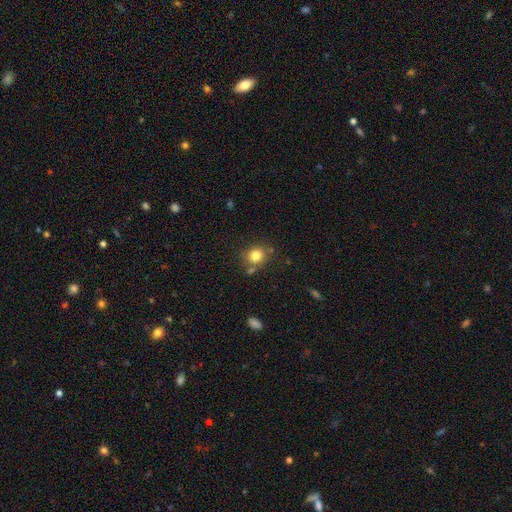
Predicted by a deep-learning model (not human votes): A smooth galaxy with no disk features (81%) that is round (79%). Merging: none (72%).